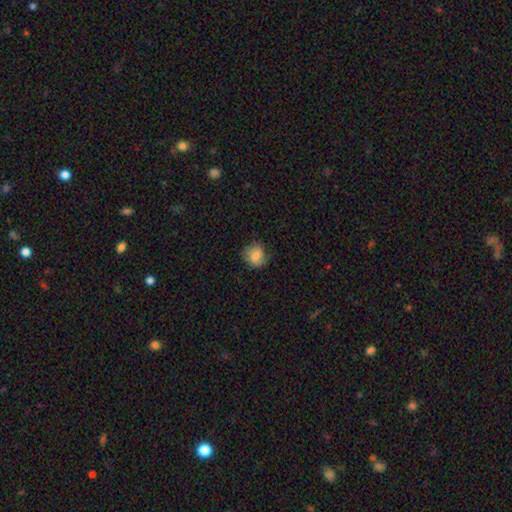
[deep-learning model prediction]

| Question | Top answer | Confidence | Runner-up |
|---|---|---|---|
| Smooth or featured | smooth | 71% | featured or disk (20%) |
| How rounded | round | 76% | in between (23%) |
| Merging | none | 70% | minor disturbance (22%) |